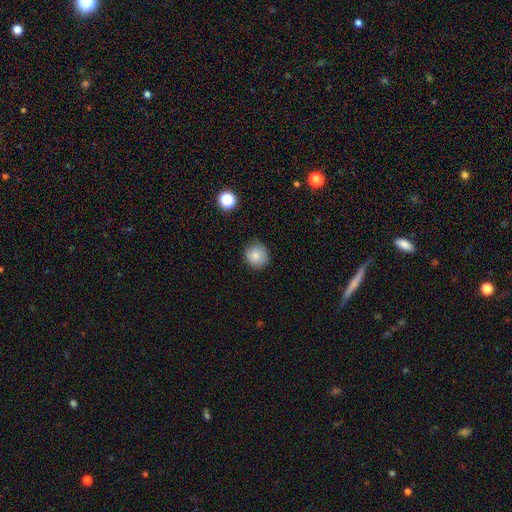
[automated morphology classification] smooth 81%, featured or disk 10%, star or artifact 9%. Down the decision tree: how rounded — round (90%); merging — none (85%).